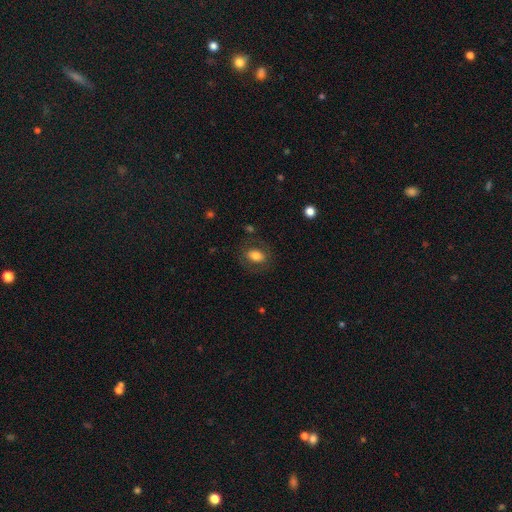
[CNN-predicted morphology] smooth 73%, featured or disk 19%, star or artifact 8%. Down the decision tree: how rounded — in between (77%); merging — none (77%).